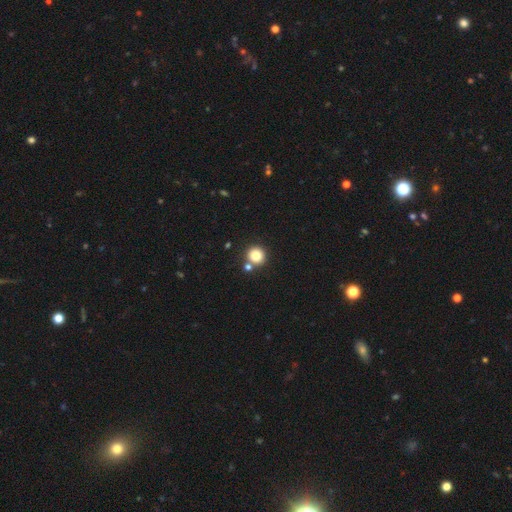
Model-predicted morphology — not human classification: This appears to be a smooth galaxy with no disk features (84%) that is round (92%). Merging: none (75%).